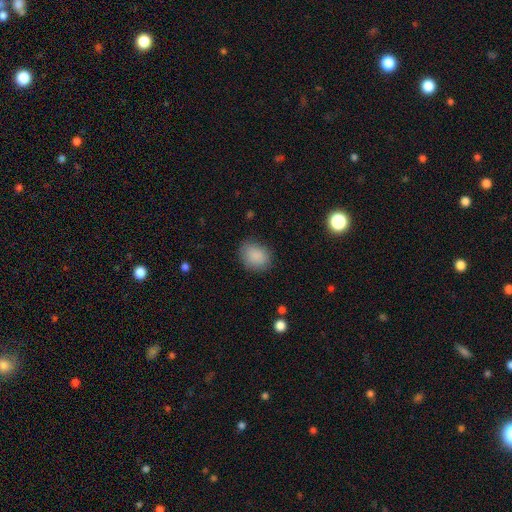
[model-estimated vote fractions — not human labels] This is clearly a smooth galaxy (87%). How rounded: possibly in between (51%). Merging: likely none (79%).